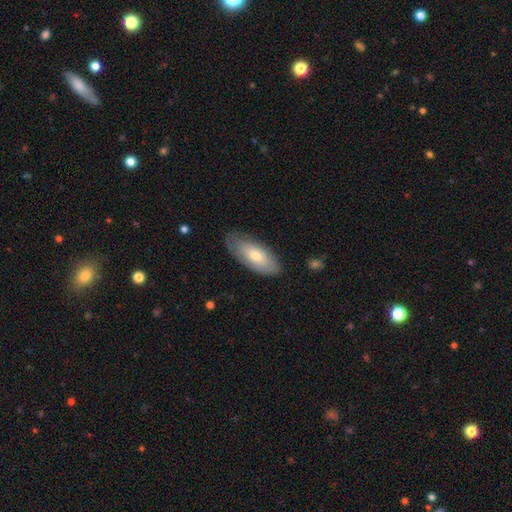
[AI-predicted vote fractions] Overall: smooth (61%; featured or disk 33%). How rounded: in between (86%). Merging: none (76%).